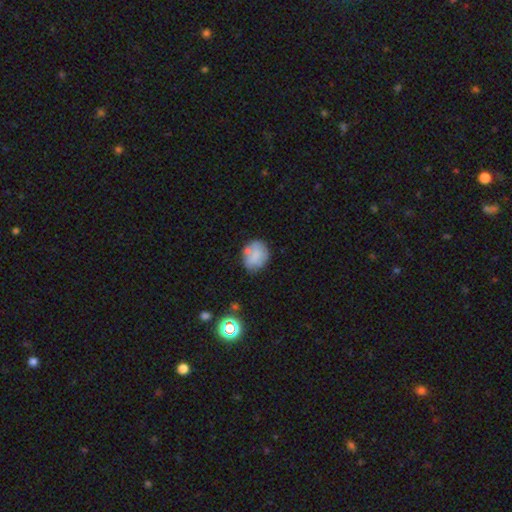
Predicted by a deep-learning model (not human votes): Smooth or featured? Predicted: smooth (p=0.72). How rounded? Predicted: round (p=0.58). Merging? Predicted: none (p=0.63).